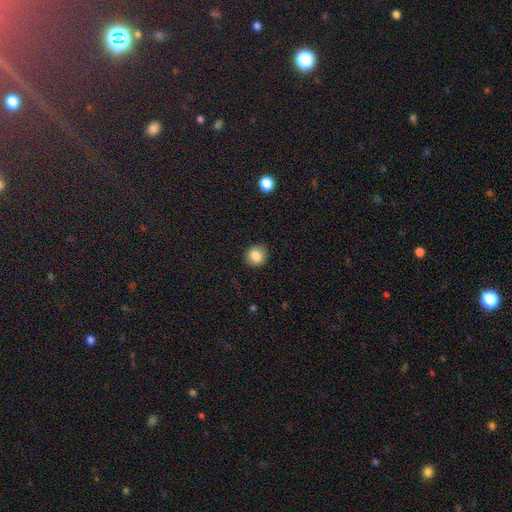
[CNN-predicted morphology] Smooth or featured? Predicted: smooth (p=0.85). How rounded? Predicted: round (p=0.82). Merging? Predicted: none (p=0.88).